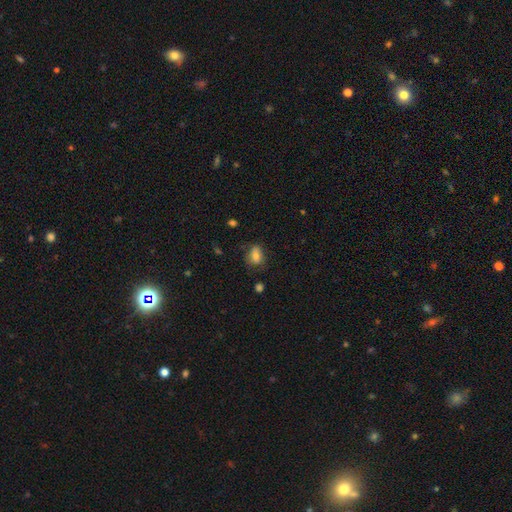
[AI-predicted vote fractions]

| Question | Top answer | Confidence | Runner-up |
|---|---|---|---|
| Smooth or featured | smooth | 73% | featured or disk (16%) |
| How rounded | in between | 70% | round (28%) |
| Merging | none | 65% | minor disturbance (25%) |